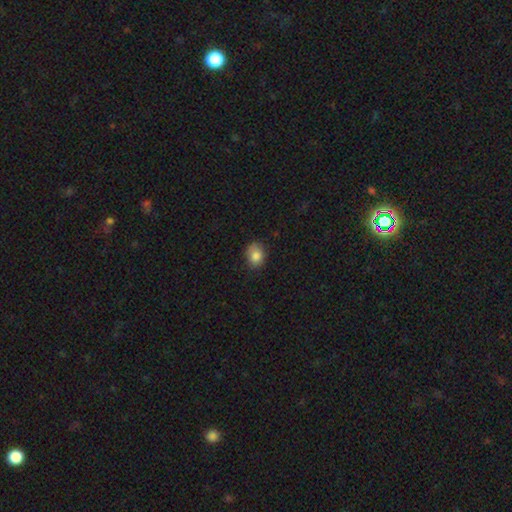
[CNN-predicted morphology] Smooth or featured? smooth (83%)
How rounded? in between (54%)
Merging? none (68%)